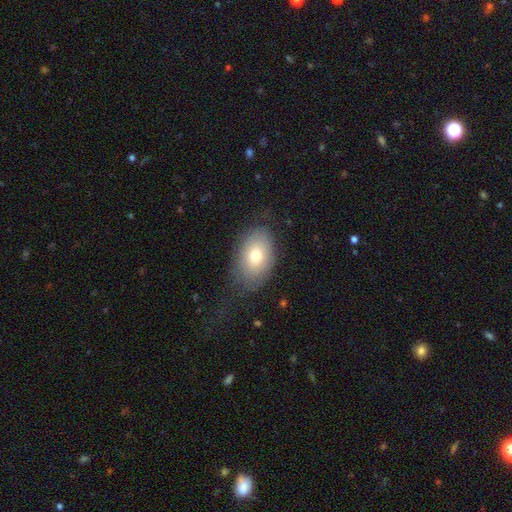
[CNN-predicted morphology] Smooth or featured? smooth (73%)
How rounded? in between (88%)
Merging? none (69%)